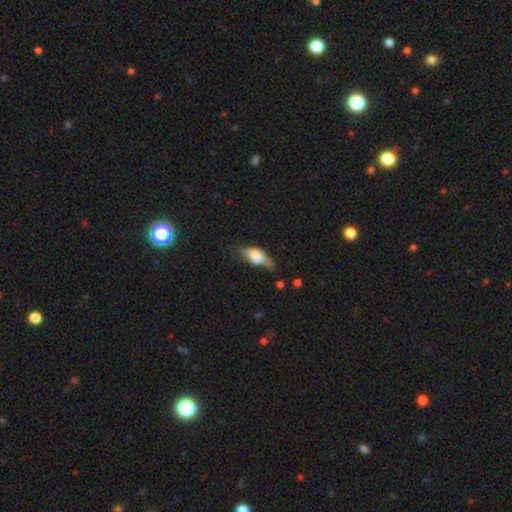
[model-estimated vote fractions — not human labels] smooth 61%, featured or disk 31%, star or artifact 8%. Down the decision tree: how rounded — in between (80%); merging — minor disturbance (37%).